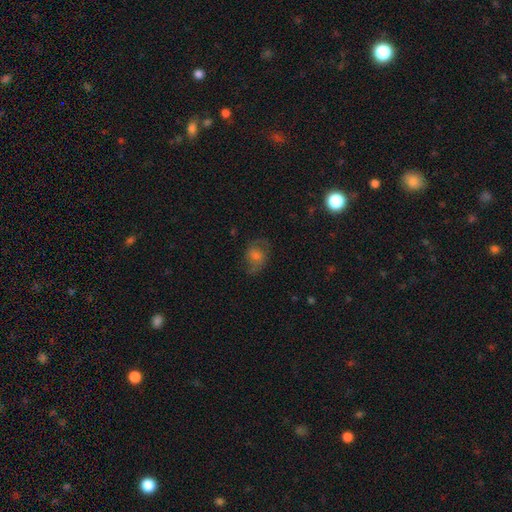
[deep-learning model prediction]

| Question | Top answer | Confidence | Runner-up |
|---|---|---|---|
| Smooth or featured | featured or disk | 46% | smooth (36%) |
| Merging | none | 65% | minor disturbance (20%) |